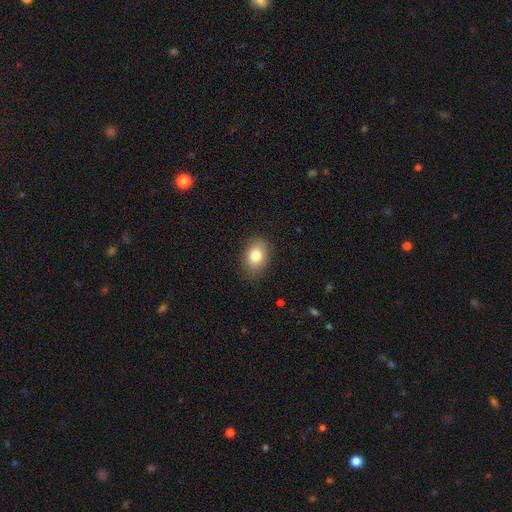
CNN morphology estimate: Smooth or featured: smooth — 80% (featured or disk — 10%)
How rounded: in between — 72% (round — 27%)
Merging: none — 84% (minor disturbance — 12%)